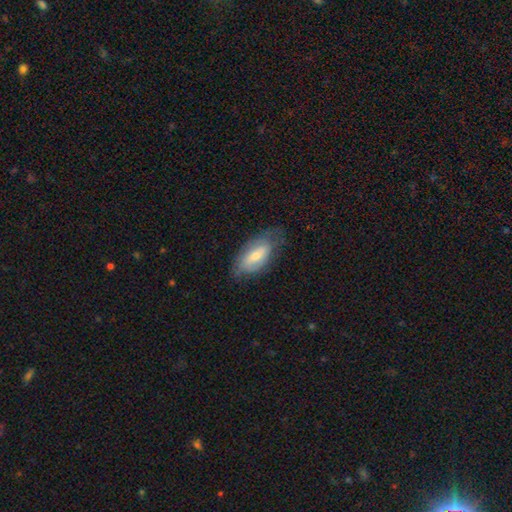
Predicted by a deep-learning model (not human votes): This is possibly a smooth galaxy (50%). Merging: likely none (61%).